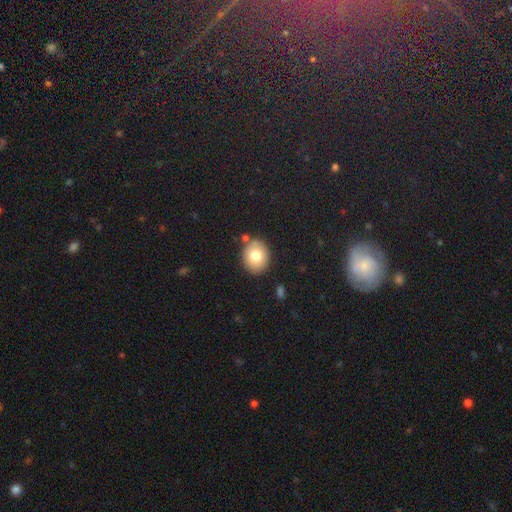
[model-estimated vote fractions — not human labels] The model was most divided on "how rounded": round: 66%, in between: 34%, cigar-shaped: 1%. More confident: merging — none (83%); smooth or featured — smooth (77%).